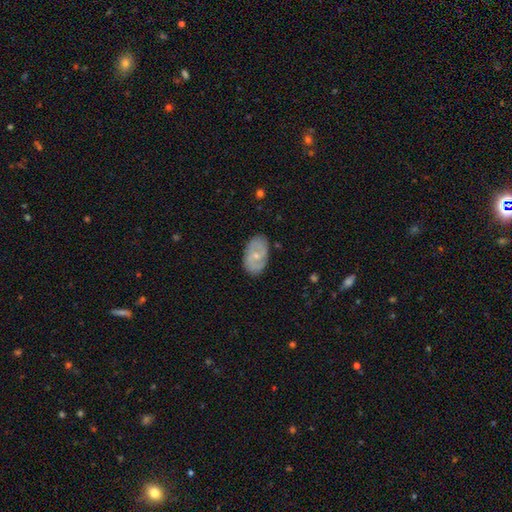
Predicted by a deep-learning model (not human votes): A featured or disk galaxy (54%) with no bar (62%), spiral arms (64%) and a small central bulge (61%).

Vote fractions:
- Smooth or featured? featured or disk: 54% / smooth: 39% / star or artifact: 6%
- Edge-on disk? no: 94% / yes: 6%
- Bar? no: 62% / weak: 31% / strong: 7%
- Spiral arms? yes: 64% / no: 36%
- Bulge size? small: 61% / moderate: 35% / none: 2% / large: 1% / dominant: 1%
- Merging? none: 83% / minor disturbance: 13% / major disturbance: 3% / merger: 1%